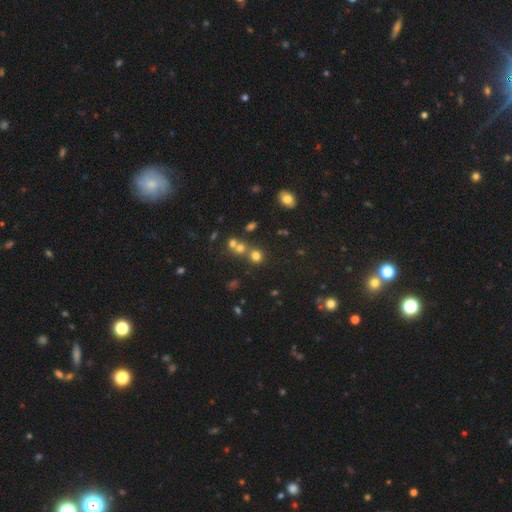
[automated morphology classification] Overall: smooth (69%). How rounded: round (83%). Merging: none (57%; merger 31%).